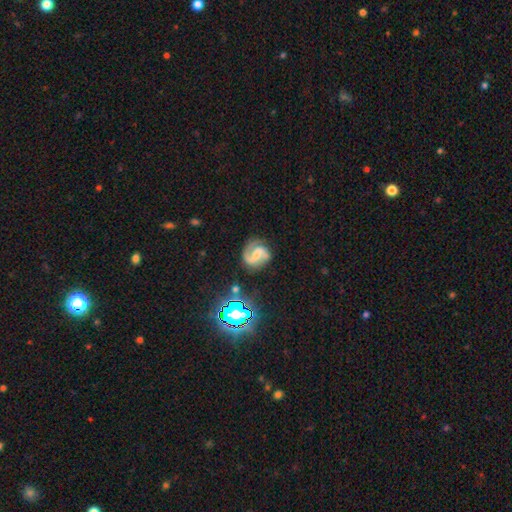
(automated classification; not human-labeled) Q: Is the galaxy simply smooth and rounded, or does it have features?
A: featured or disk — 82%.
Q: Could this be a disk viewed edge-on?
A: no — 98%.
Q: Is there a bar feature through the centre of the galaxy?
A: weak — 46%.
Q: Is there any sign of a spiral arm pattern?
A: yes — 97%.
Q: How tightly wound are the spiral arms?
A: medium — 53%.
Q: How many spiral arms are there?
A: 2 — 89%.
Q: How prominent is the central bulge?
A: small — 48%.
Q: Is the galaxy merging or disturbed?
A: none — 77%.